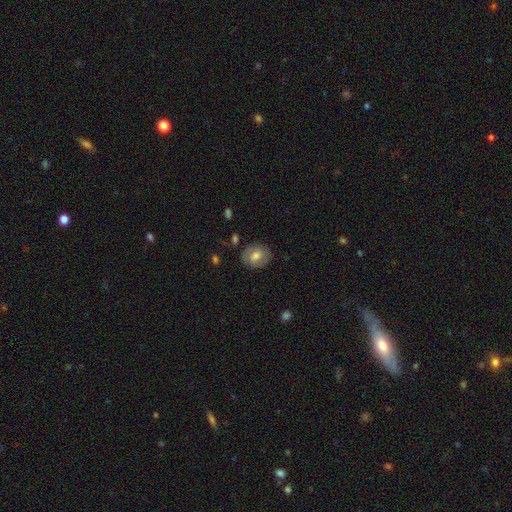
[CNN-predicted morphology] Smooth or featured: smooth — 58% (featured or disk — 35%)
How rounded: round — 52% (in between — 47%)
Merging: none — 81% (minor disturbance — 13%)